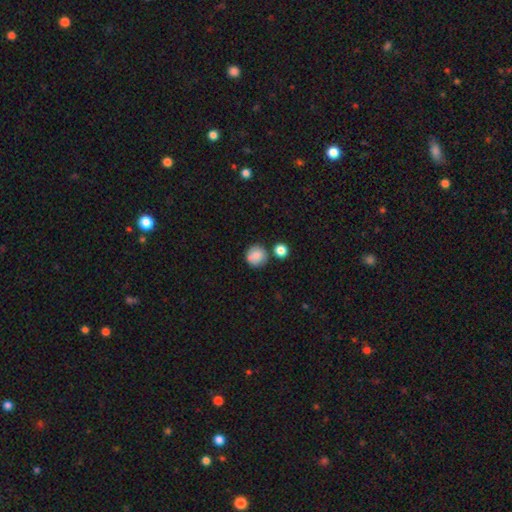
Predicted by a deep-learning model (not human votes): A smooth galaxy with no disk features (84%) that is round (92%). Merging: none (73%).